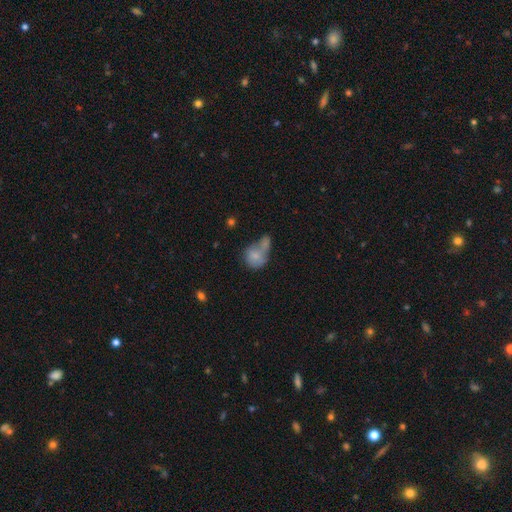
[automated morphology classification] smooth 76%, featured or disk 15%, star or artifact 8%. Down the decision tree: how rounded — round (59%); merging — merger (57%).